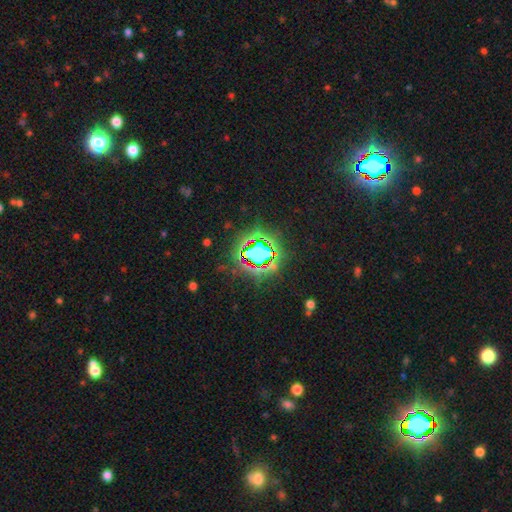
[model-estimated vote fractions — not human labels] Morphology: type=star or artifact (70%).